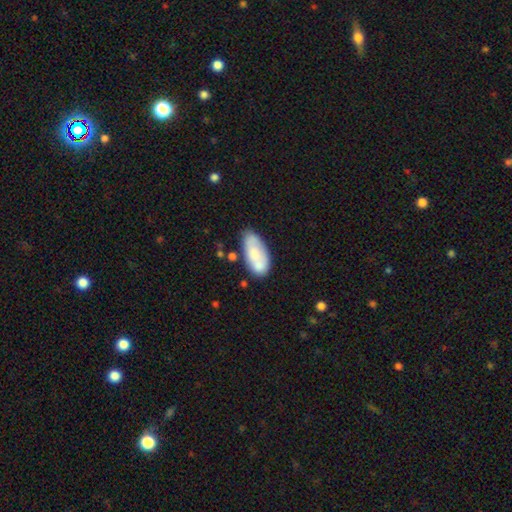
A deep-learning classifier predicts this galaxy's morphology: type=smooth (65%); roundness=in between (90%); merging=none (57%).